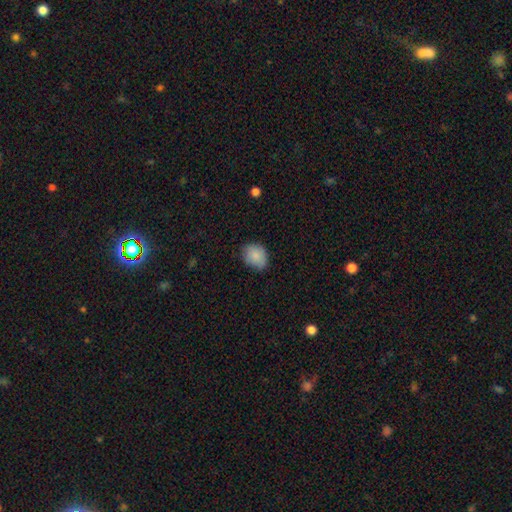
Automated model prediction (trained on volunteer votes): This is clearly a smooth galaxy (86%). How rounded: possibly in between (51%). Merging: likely none (74%).